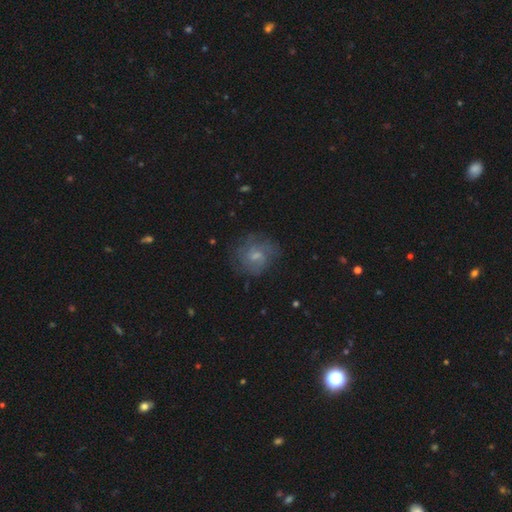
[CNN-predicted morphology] Smooth or featured?
  - featured or disk: 57% *
  - smooth: 34%
  - star or artifact: 9%
Edge-on disk?
  - no: 97% *
  - yes: 3%
Bar?
  - weak: 51% *
  - no: 42%
  - strong: 7%
Spiral arms?
  - yes: 80% *
  - no: 20%
Bulge size?
  - small: 46% *
  - moderate: 36%
  - none: 13%
  - large: 3%
  - dominant: 1%
Merging?
  - none: 67% *
  - minor disturbance: 20%
  - major disturbance: 11%
  - merger: 2%